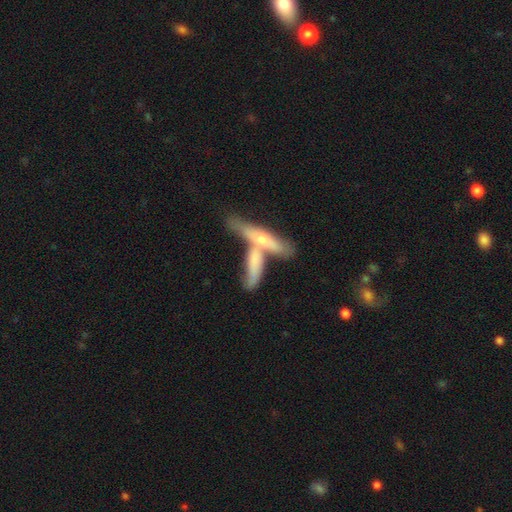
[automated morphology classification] Smooth or featured? Predicted: featured or disk (p=0.55). Edge-on disk? Predicted: yes (p=0.76). Merging? Predicted: merger (p=0.46).